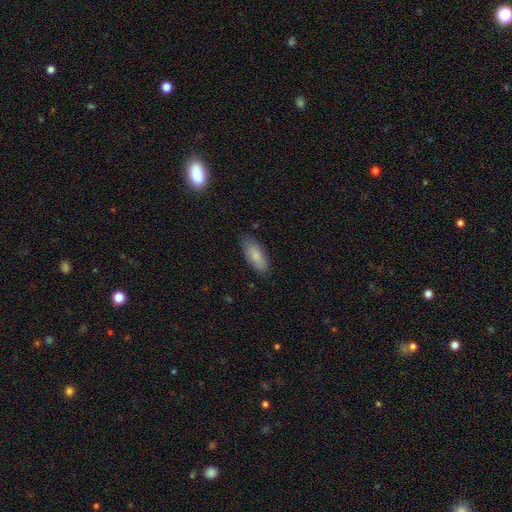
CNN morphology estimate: type=smooth (83%); roundness=in between (85%); merging=none (79%).